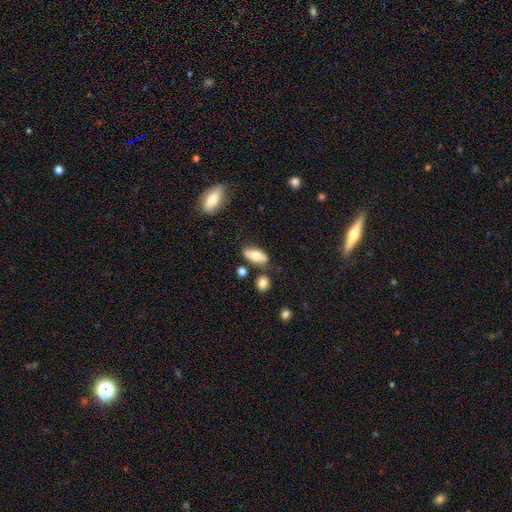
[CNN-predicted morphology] type=smooth (63%); roundness=in between (83%); merging=none (67%).